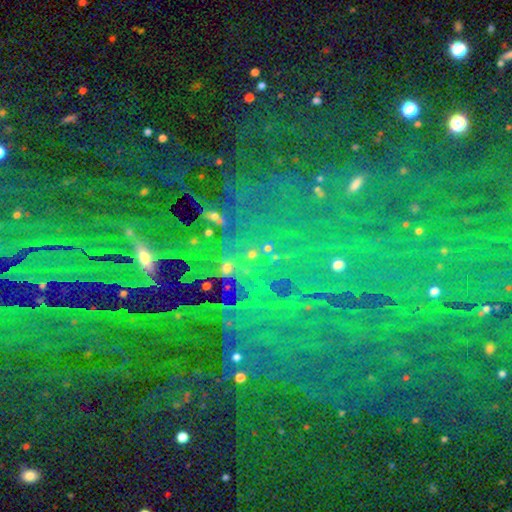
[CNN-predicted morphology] type=star or artifact (82%).